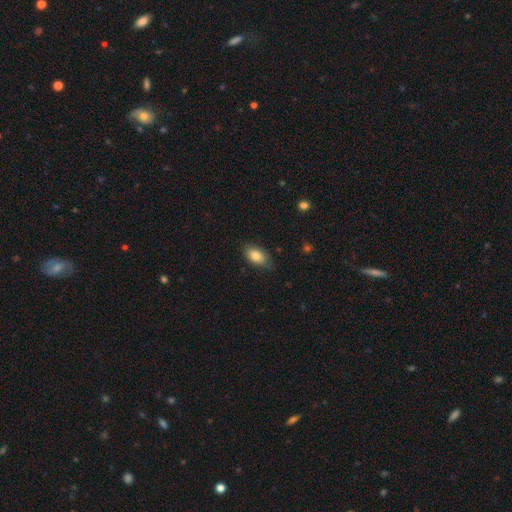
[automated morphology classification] Smooth or featured?
  - smooth: 84% *
  - featured or disk: 9%
  - star or artifact: 7%
How rounded?
  - in between: 91% *
  - round: 7%
  - cigar-shaped: 2%
Merging?
  - none: 79% *
  - minor disturbance: 17%
  - major disturbance: 3%
  - merger: 1%